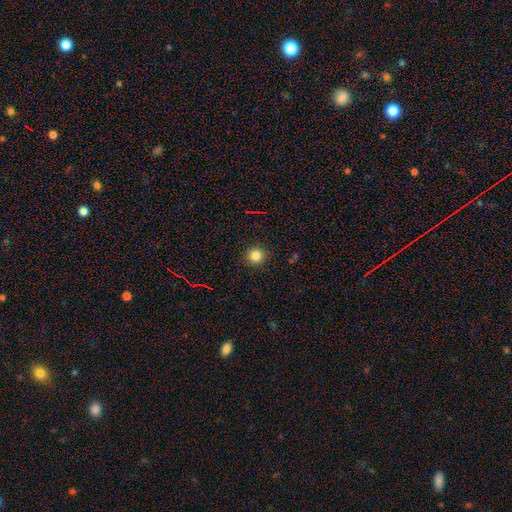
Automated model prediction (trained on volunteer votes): Smooth or featured? smooth (83%)
How rounded? round (94%)
Merging? none (92%)